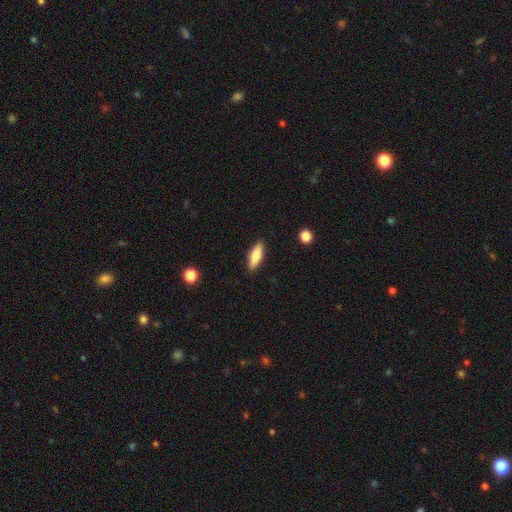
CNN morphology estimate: smooth_or_featured: smooth (p=0.73) [alt: featured or disk p=0.21]
how_rounded: in between (p=0.54) [alt: cigar-shaped p=0.44]
merging: none (p=0.88) [alt: minor disturbance p=0.08]